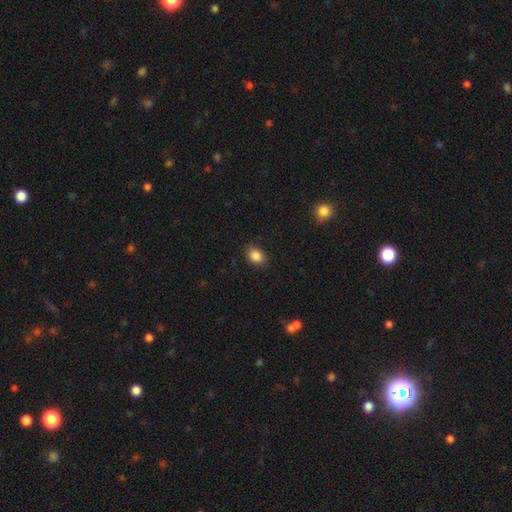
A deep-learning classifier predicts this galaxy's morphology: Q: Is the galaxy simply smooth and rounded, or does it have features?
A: smooth — 87%.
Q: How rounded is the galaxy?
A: in between — 62%.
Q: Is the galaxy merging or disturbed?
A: none — 88%.